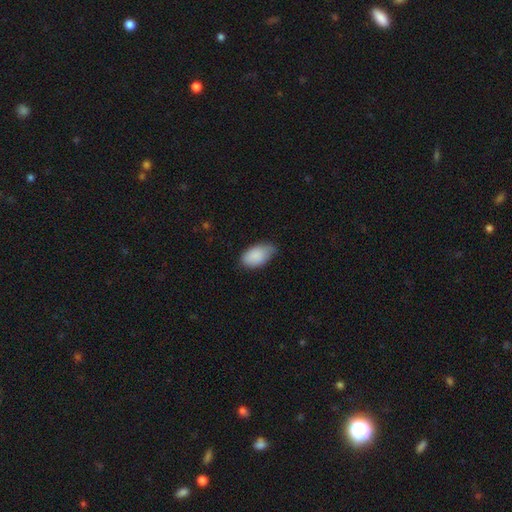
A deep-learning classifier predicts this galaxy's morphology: Smooth or featured?
  - smooth: 88% *
  - star or artifact: 6%
  - featured or disk: 6%
How rounded?
  - in between: 94% *
  - round: 4%
  - cigar-shaped: 2%
Merging?
  - none: 53% *
  - minor disturbance: 39%
  - major disturbance: 6%
  - merger: 1%